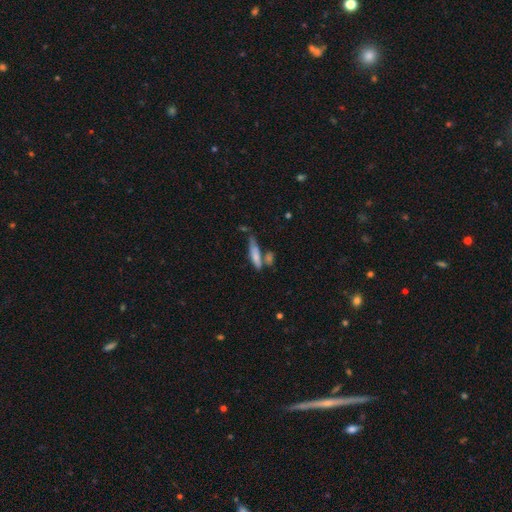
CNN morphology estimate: This appears to be a smooth galaxy with no disk features (71%) that is cigar-shaped (69%). Merging: none (48%).